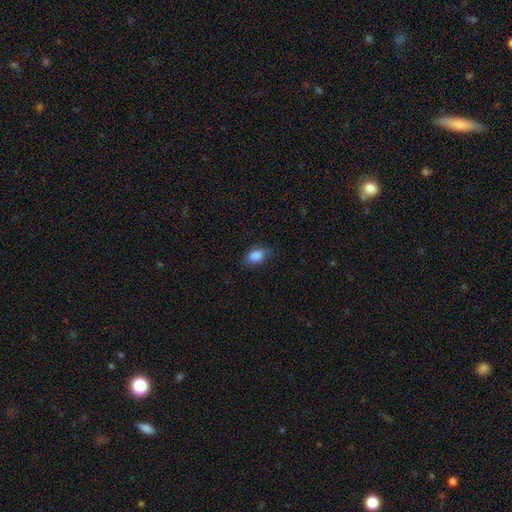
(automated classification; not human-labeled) Overall: smooth (86%). How rounded: in between (87%). Merging: none (72%).